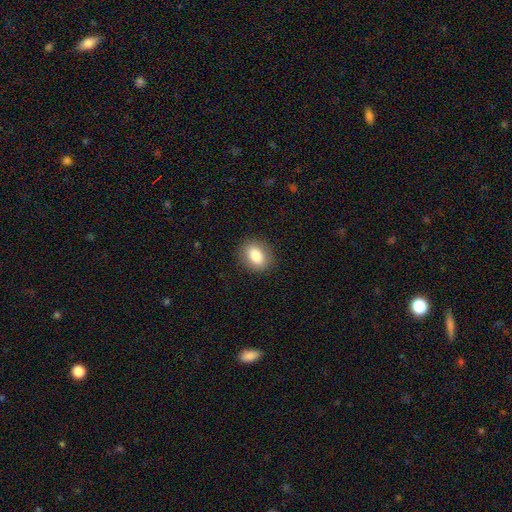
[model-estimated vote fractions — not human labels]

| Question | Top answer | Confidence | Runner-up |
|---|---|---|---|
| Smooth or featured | smooth | 84% | star or artifact (8%) |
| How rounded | in between | 64% | round (35%) |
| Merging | none | 88% | minor disturbance (8%) |